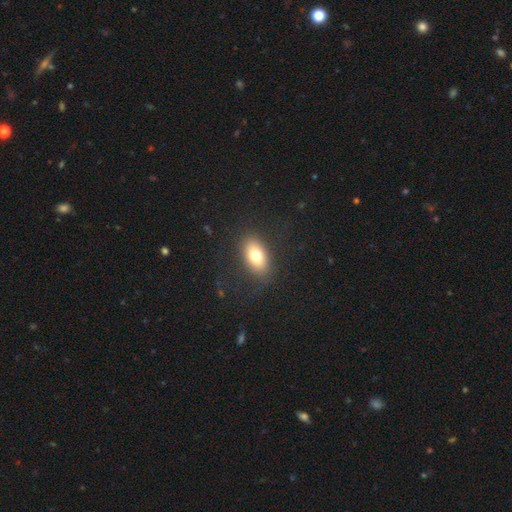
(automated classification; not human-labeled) Smooth or featured?
  - smooth: 75% *
  - featured or disk: 16%
  - star or artifact: 9%
How rounded?
  - in between: 88% *
  - round: 9%
  - cigar-shaped: 4%
Merging?
  - none: 84% *
  - minor disturbance: 10%
  - major disturbance: 5%
  - merger: 1%